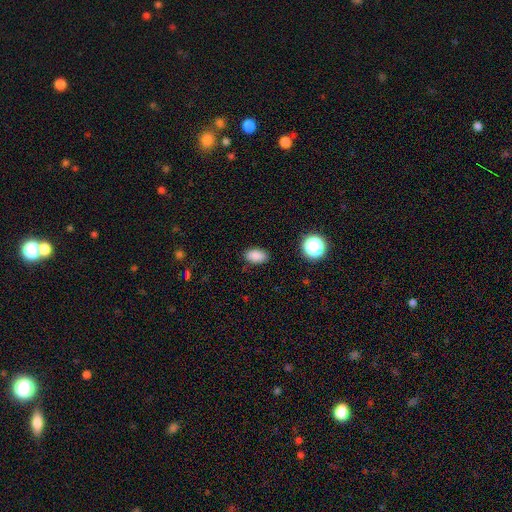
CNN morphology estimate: Overall: smooth (86%). How rounded: in between (89%). Merging: none (87%).